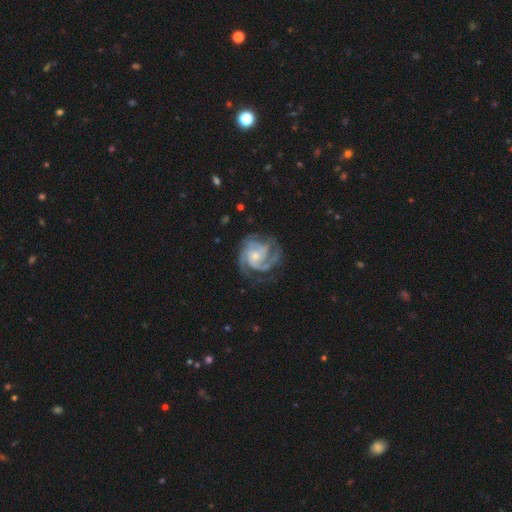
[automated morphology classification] The model was most divided on "spiral winding": tight: 53%, medium: 40%, loose: 7%. Remaining: edge-on disk — no (98%); spiral arms — yes (98%); smooth or featured — featured or disk (89%); bar — no (69%); merging — none (69%); bulge size — small (53%); spiral arm count — 3 (49%).